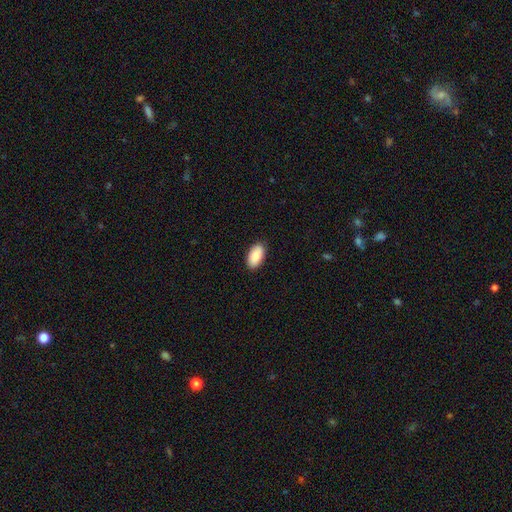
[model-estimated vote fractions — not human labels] Morphology: type=smooth (87%); roundness=in between (95%); merging=none (89%).